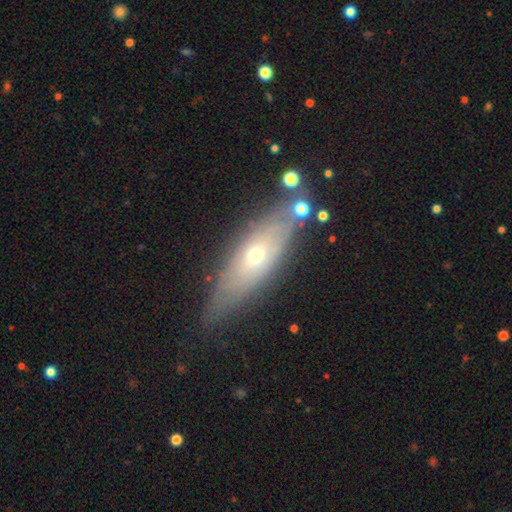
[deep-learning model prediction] Q: Smooth or featured?
A: featured or disk (52%); runner-up: smooth (38%)
Q: Edge-on disk?
A: no (50%); tied with: yes (50%)
Q: Merging?
A: none (78%); runner-up: minor disturbance (15%)